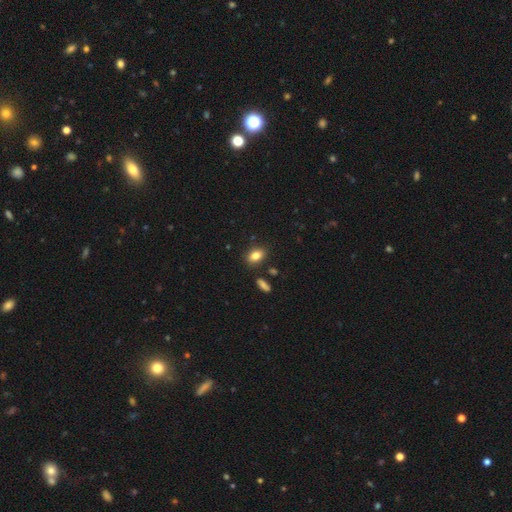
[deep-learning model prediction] A smooth galaxy with no disk features (83%) that is in between round and cigar-shaped (80%). Merging: none (83%).